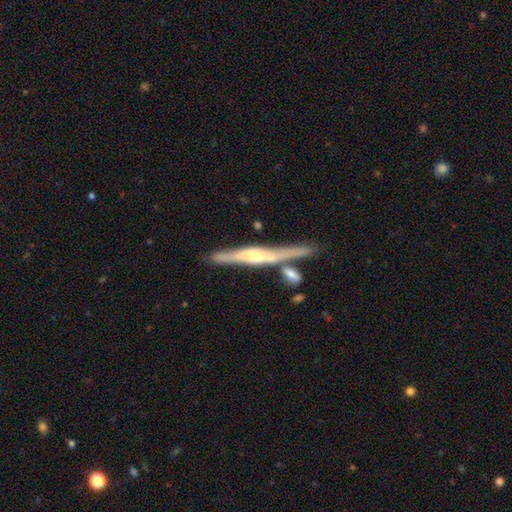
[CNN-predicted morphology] This appears to be a featured or disk galaxy (73%) viewed edge-on (96%) with a rounded central bulge (61%). Merging: none (67%).